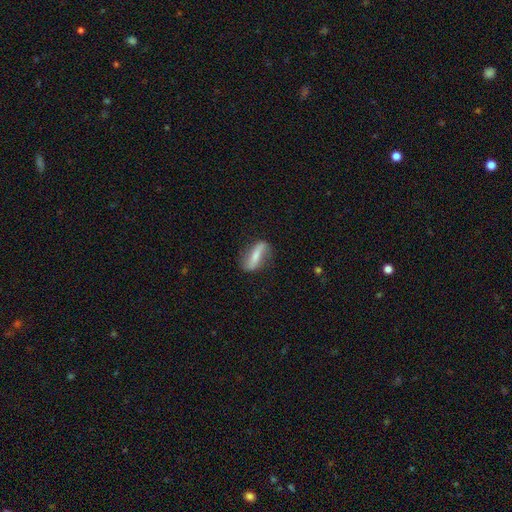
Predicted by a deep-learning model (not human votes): smooth_or_featured: featured or disk (p=0.50) [alt: smooth p=0.43]
merging: none (p=0.74) [alt: minor disturbance p=0.18]